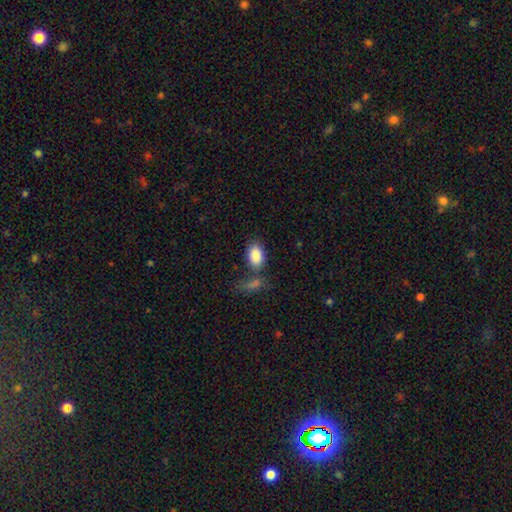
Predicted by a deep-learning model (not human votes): This appears to be a smooth galaxy with no disk features (88%) that is in between round and cigar-shaped (91%). Merging: none (52%).